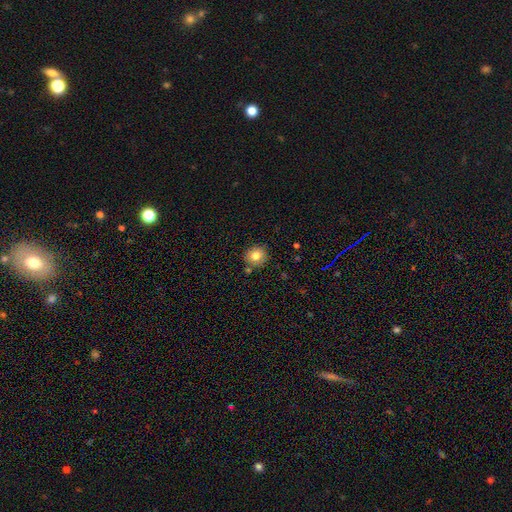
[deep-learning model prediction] smooth-or-featured: smooth: 78% | featured or disk: 11% | star or artifact: 10%
  how-rounded: round: 87% | in between: 12% | cigar-shaped: 1%
  merging: none: 81% | minor disturbance: 11% | merger: 5% | major disturbance: 2%